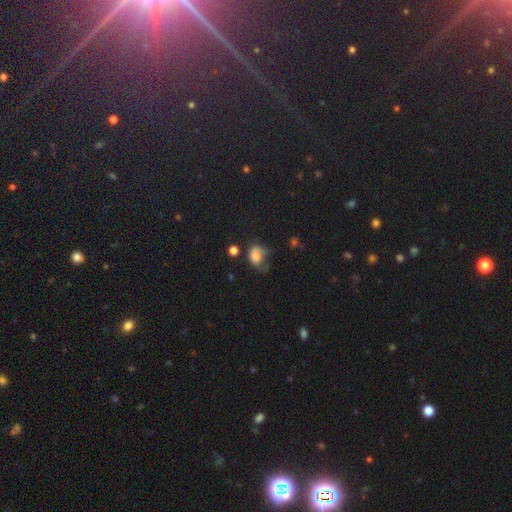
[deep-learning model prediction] Overall: smooth (71%). How rounded: in between (63%; round 36%). Merging: major disturbance (39%; minor disturbance 32%).